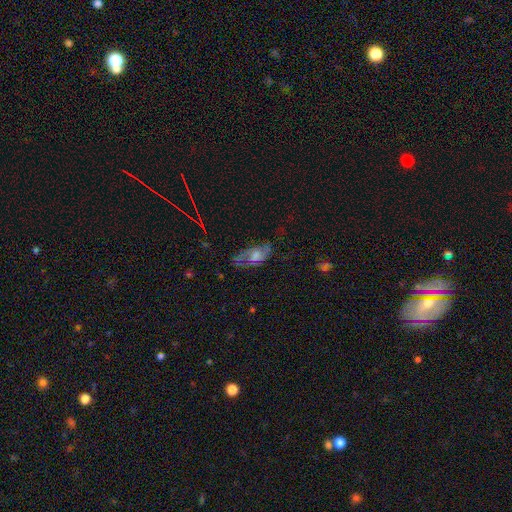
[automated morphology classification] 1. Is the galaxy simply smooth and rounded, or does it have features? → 58% featured or disk, 27% smooth, 14% star or artifact.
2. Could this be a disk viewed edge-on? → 87% no, 13% yes.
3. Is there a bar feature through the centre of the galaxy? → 64% no, 30% weak, 6% strong.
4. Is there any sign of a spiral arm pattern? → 76% yes, 24% no.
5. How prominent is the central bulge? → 49% moderate, 22% small, 16% large, 10% none, 2% dominant.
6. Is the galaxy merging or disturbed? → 60% none, 23% minor disturbance, 15% major disturbance, 2% merger.